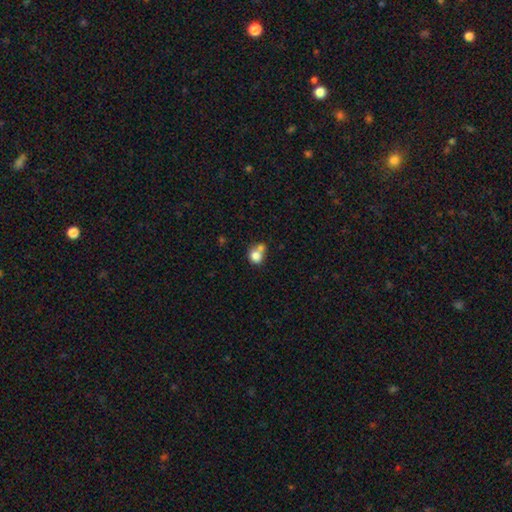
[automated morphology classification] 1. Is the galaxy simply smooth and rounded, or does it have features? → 79% smooth, 11% featured or disk, 10% star or artifact.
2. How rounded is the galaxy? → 77% round, 22% in between, 1% cigar-shaped.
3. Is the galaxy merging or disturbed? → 46% merger, 41% none, 10% minor disturbance, 4% major disturbance.